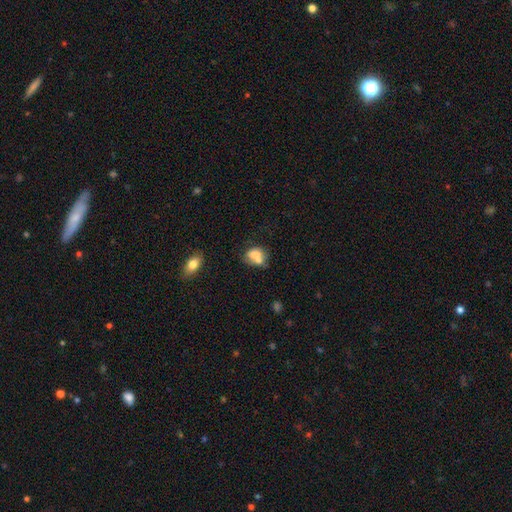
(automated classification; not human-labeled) This appears to be a smooth galaxy with no disk features (70%) that is in between round and cigar-shaped (55%). Merging: merger (51%).